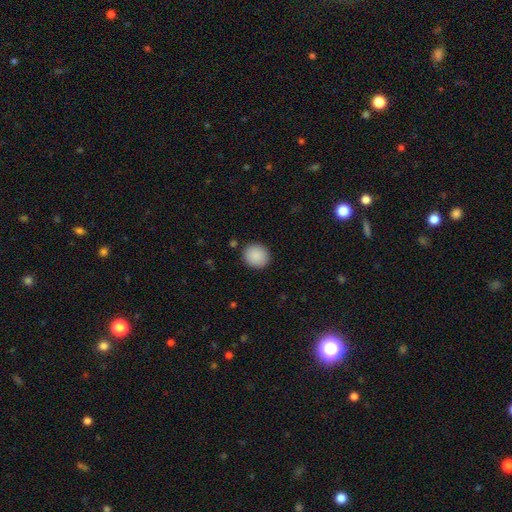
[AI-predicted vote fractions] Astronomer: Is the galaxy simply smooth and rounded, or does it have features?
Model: smooth — 90%.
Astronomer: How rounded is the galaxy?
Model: round — 86%.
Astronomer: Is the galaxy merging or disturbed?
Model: none — 90%.